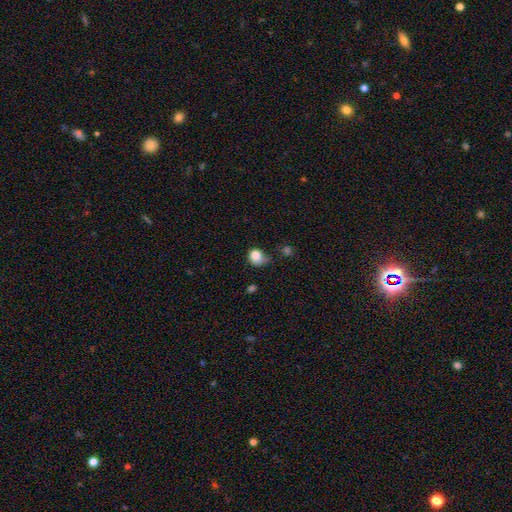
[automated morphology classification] smooth-or-featured: smooth: 83% | star or artifact: 9% | featured or disk: 8%
  how-rounded: round: 70% | in between: 29% | cigar-shaped: 1%
  merging: minor disturbance: 39% | none: 36% | major disturbance: 19% | merger: 6%